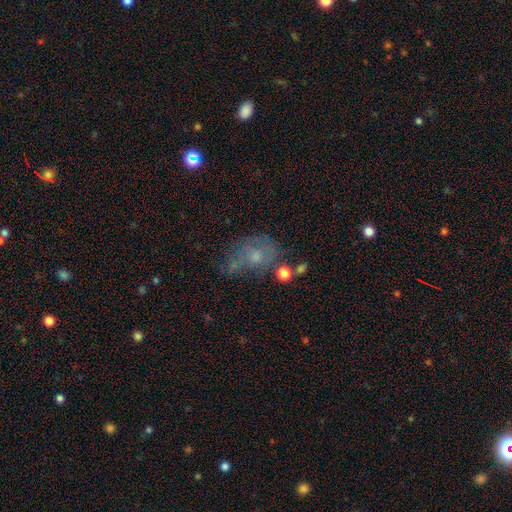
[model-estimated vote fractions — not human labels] smooth 47%, featured or disk 38%, star or artifact 15%. Down the decision tree: merging — none (37%).